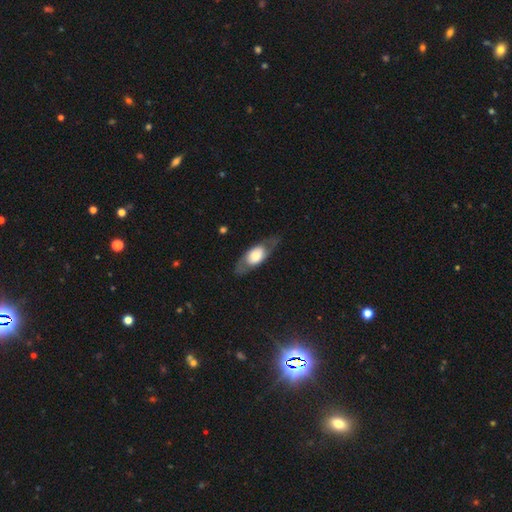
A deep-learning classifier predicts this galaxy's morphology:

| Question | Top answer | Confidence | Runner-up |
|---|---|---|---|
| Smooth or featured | smooth | 47% | tied: featured or disk (47%) |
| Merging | none | 72% | minor disturbance (17%) |